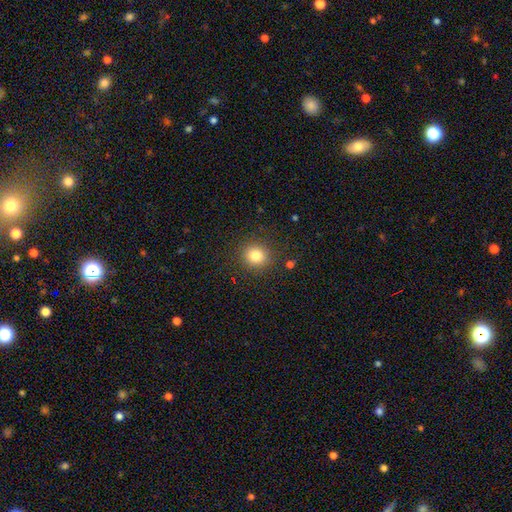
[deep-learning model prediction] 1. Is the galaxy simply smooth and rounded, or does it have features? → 81% smooth, 12% star or artifact, 7% featured or disk.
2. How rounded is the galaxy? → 85% round, 14% in between, 1% cigar-shaped.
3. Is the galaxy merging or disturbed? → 88% none, 8% minor disturbance, 3% major disturbance, 2% merger.